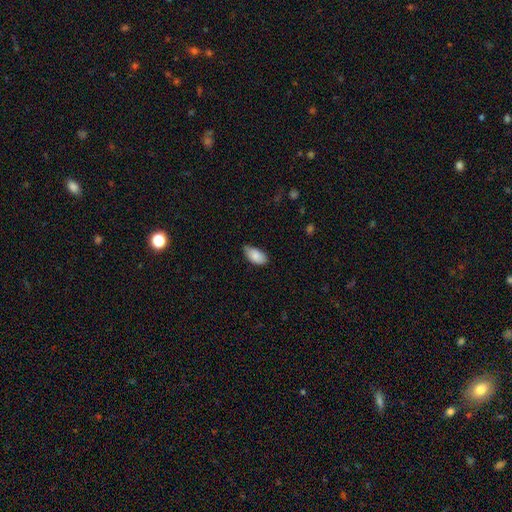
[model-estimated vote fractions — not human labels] A smooth galaxy with no disk features (86%) that is in between round and cigar-shaped (94%). Merging: none (67%).